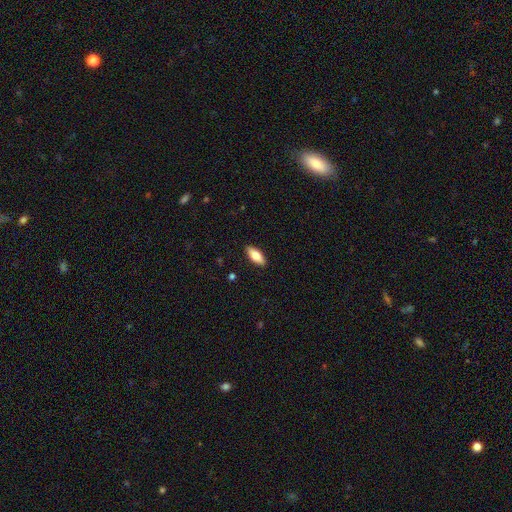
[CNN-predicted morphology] Overall: smooth (75%). How rounded: in between (78%). Merging: none (89%).